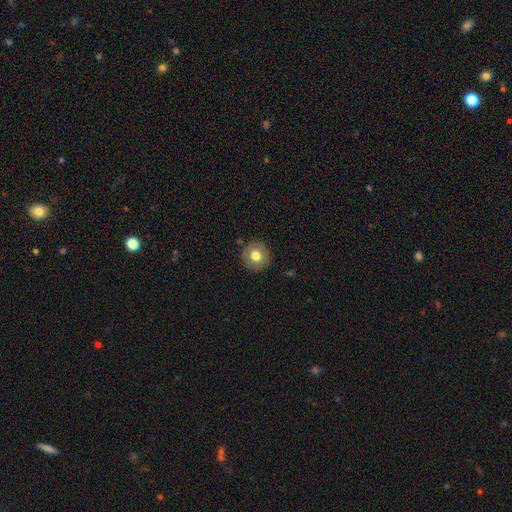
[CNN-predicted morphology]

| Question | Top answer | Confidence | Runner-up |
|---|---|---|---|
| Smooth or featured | smooth | 72% | featured or disk (19%) |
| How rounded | round | 93% | in between (6%) |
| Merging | none | 89% | minor disturbance (8%) |